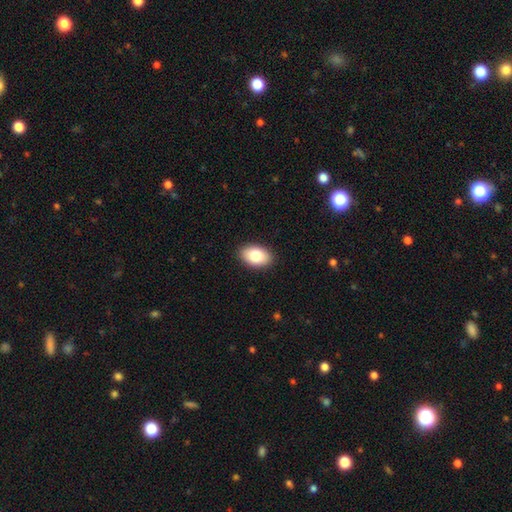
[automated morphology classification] Smooth or featured: smooth — 82% (featured or disk — 11%)
How rounded: in between — 90% (round — 9%)
Merging: none — 90% (minor disturbance — 7%)